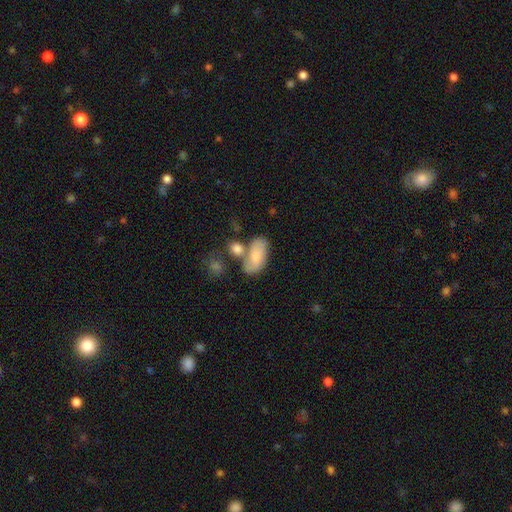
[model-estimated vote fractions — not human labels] Smooth or featured? smooth (68%)
How rounded? in between (92%)
Merging? none (41%)